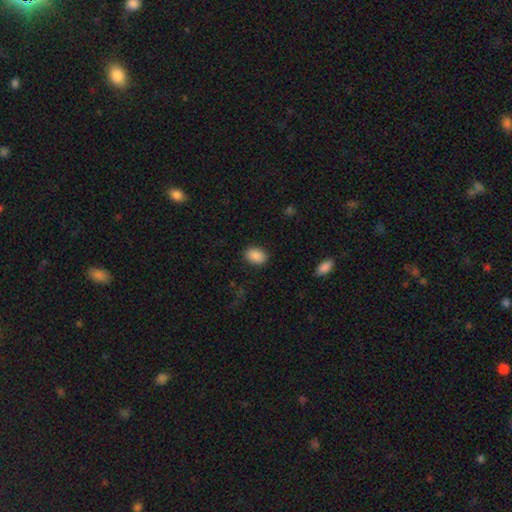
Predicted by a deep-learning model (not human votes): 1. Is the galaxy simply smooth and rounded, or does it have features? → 89% smooth, 8% star or artifact, 4% featured or disk.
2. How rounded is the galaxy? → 79% in between, 20% round, 1% cigar-shaped.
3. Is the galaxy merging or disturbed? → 88% none, 9% minor disturbance, 3% major disturbance, 1% merger.